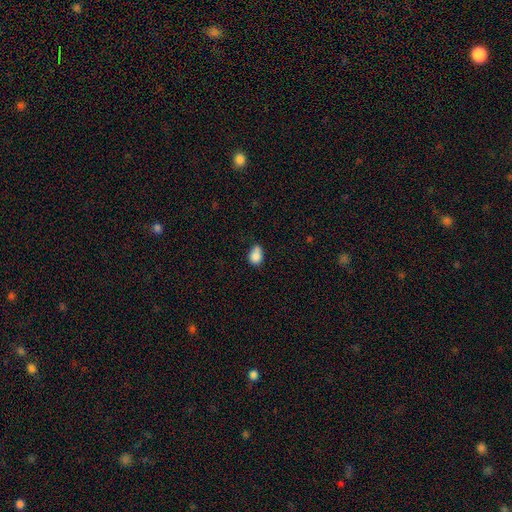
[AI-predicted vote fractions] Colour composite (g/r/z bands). It shows a smooth galaxy with no disk features (85%) that is in between round and cigar-shaped (63%). Merging: none (48%).